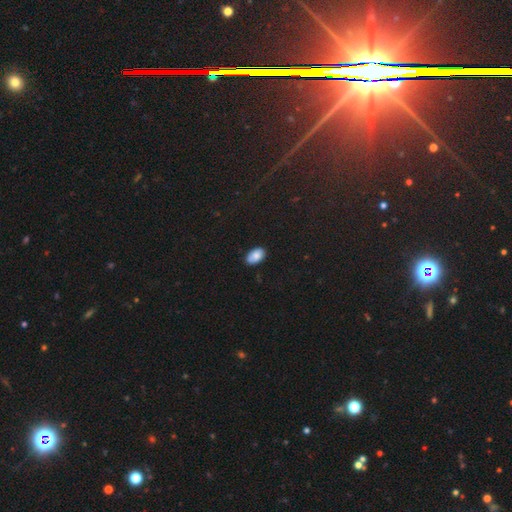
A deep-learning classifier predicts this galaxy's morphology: A smooth galaxy with no disk features (83%) that is in between round and cigar-shaped (92%). Merging: none (80%).